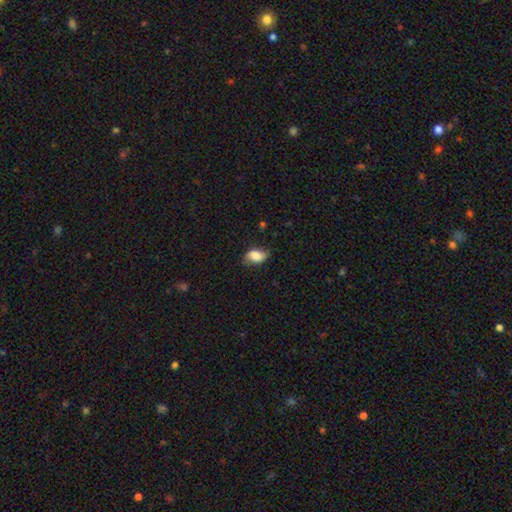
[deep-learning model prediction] A smooth galaxy with no disk features (74%) that is in between round and cigar-shaped (86%).

Vote fractions:
- Smooth or featured? smooth: 74% / featured or disk: 17% / star or artifact: 8%
- How rounded? in between: 86% / round: 12% / cigar-shaped: 2%
- Merging? none: 68% / minor disturbance: 24% / major disturbance: 7% / merger: 1%